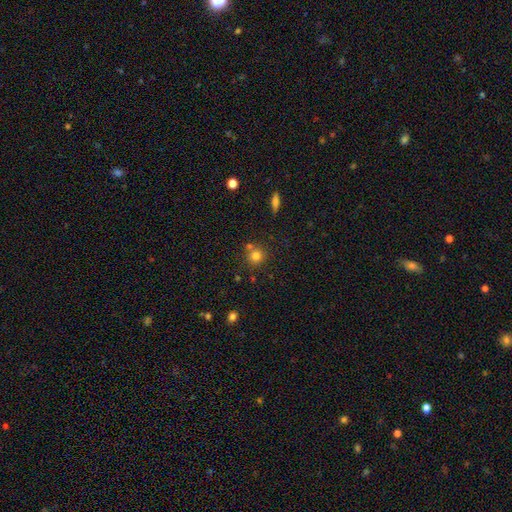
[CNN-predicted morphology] Q: Smooth or featured?
A: smooth (79%); runner-up: star or artifact (13%)
Q: How rounded?
A: round (89%); runner-up: in between (9%)
Q: Merging?
A: none (67%); runner-up: merger (21%)